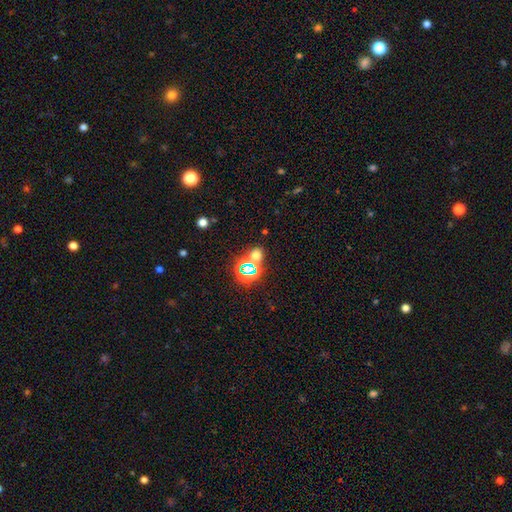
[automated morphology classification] smooth 46%, star or artifact 45%, featured or disk 9%. Down the decision tree: merging — none (65%).